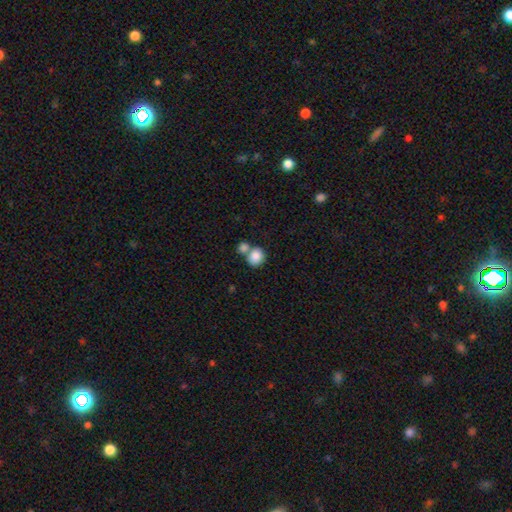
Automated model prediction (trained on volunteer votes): A smooth galaxy with no disk features (85%) that is round (78%). Merging: none (45%).